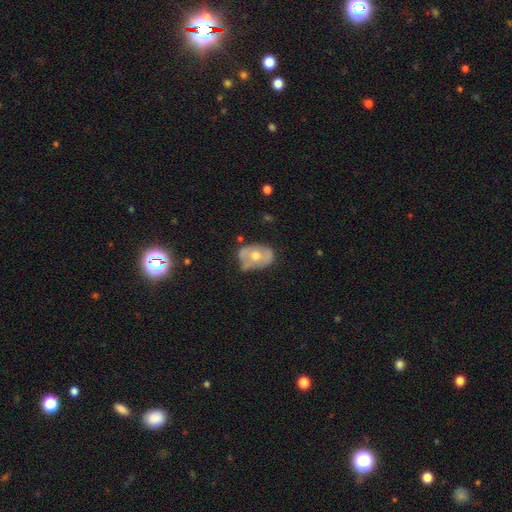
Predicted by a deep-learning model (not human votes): Overall: featured or disk (55%; smooth 36%). Edge-on disk: no (93%). Bar: no (80%). Spiral arms: no (67%; yes 33%). Bulge size: moderate (73%). Merging: none (57%; minor disturbance 31%).